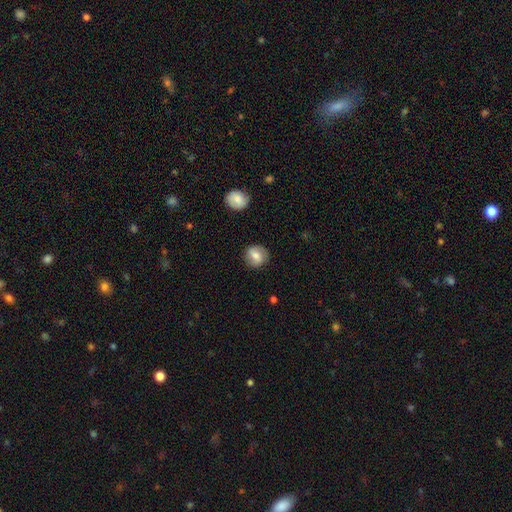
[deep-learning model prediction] smooth_or_featured: smooth (p=0.67) [alt: featured or disk p=0.25]
how_rounded: round (p=0.81) [alt: in between p=0.18]
merging: none (p=0.83) [alt: minor disturbance p=0.12]